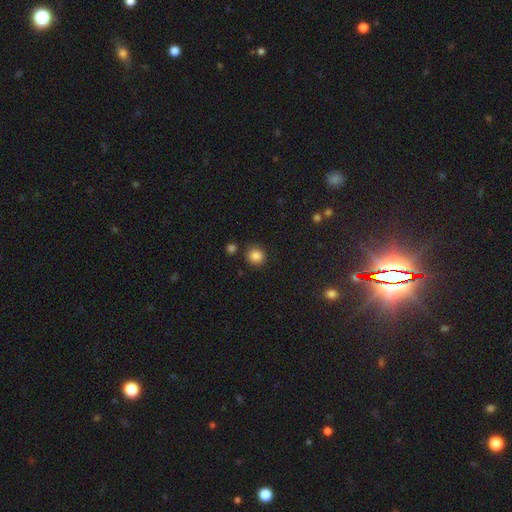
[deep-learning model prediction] This is clearly a smooth galaxy (86%). How rounded: clearly round (87%). Merging: clearly none (83%).